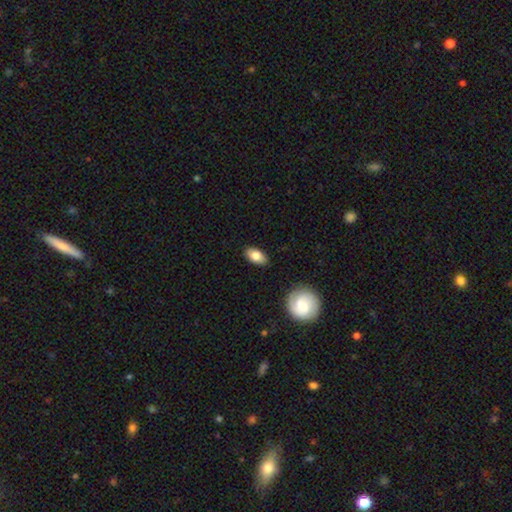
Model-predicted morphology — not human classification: The model was most divided on "smooth or featured": smooth: 79%, featured or disk: 15%, star or artifact: 7%. More confident: how rounded — in between (91%); merging — none (87%).